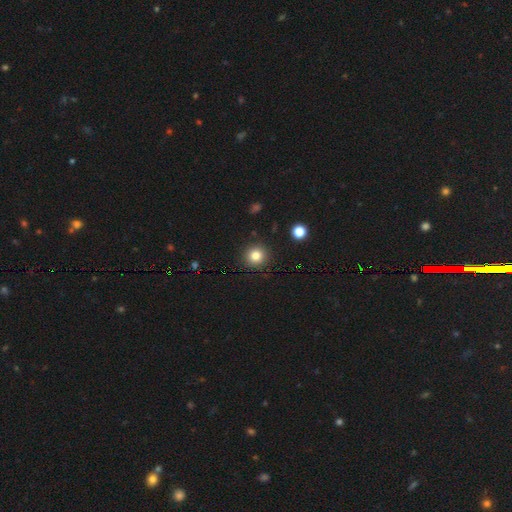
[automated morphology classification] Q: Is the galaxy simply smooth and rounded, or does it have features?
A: smooth — 81%.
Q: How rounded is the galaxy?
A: round — 92%.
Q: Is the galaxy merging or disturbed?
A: none — 91%.